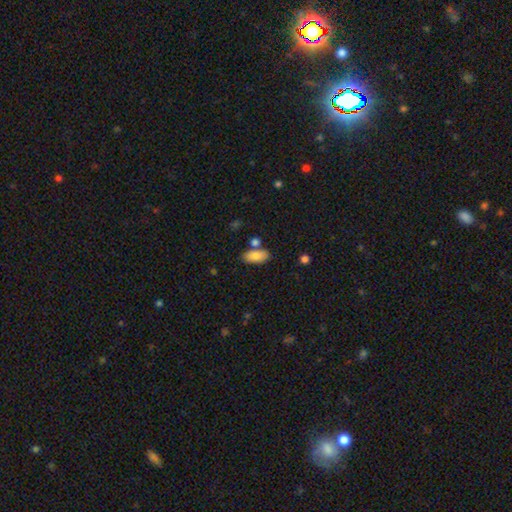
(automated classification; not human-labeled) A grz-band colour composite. It shows a smooth galaxy with no disk features (81%) that is in between round and cigar-shaped (90%). Merging: none (65%).